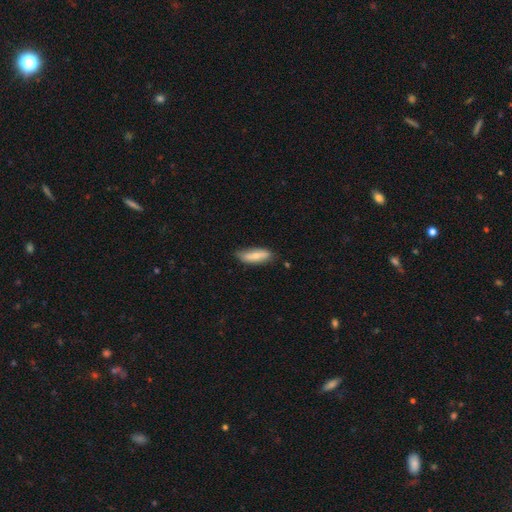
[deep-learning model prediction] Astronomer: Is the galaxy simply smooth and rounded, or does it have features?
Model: smooth — 65%.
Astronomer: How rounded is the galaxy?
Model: in between — 57% (runner-up: cigar-shaped, 40%).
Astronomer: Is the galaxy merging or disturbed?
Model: none — 74%.